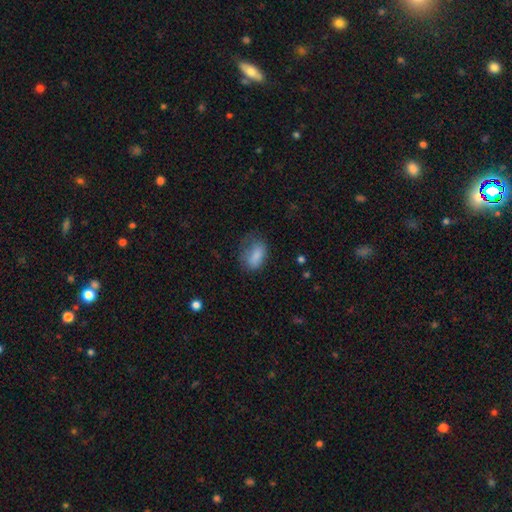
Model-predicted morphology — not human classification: A smooth galaxy with no disk features (82%) that is in between round and cigar-shaped (85%). Merging: none (48%).